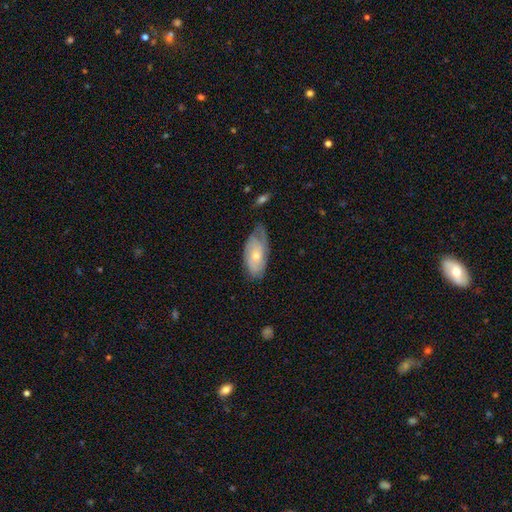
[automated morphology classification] type=smooth (53%); roundness=in between (91%); merging=none (48%).